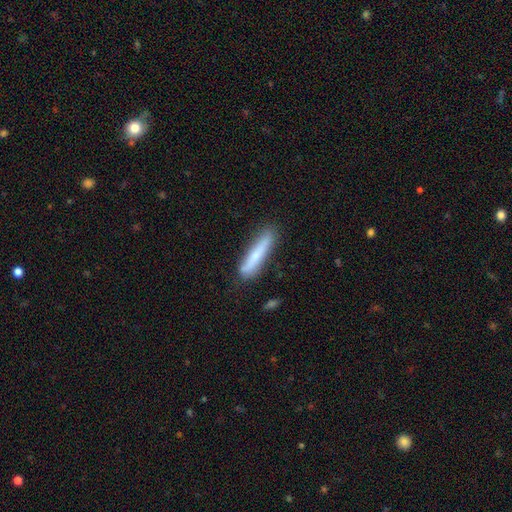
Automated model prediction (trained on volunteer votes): The model was most divided on "smooth or featured": smooth: 68%, featured or disk: 26%, star or artifact: 6%. More confident: how rounded — cigar-shaped (91%); merging — none (80%).